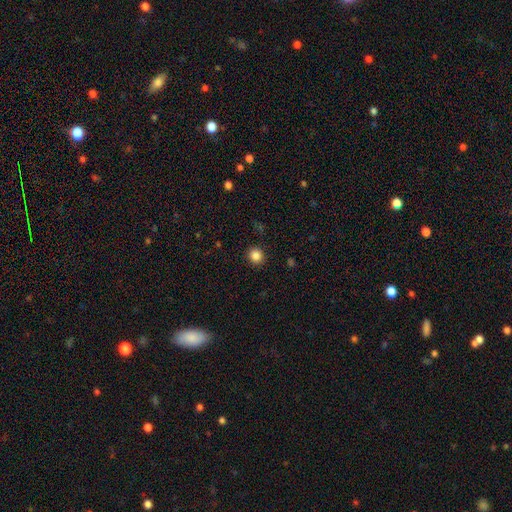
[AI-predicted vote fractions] Morphology: type=smooth (84%); roundness=round (88%); merging=none (92%).